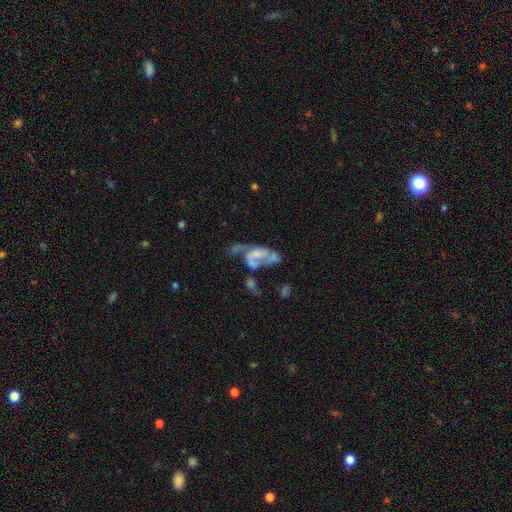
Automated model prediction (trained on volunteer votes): smooth_or_featured: featured or disk (p=0.71) [alt: smooth p=0.20]
disk_edge_on: no (p=0.96) [alt: yes p=0.04]
bar: no (p=0.55) [alt: weak p=0.33]
has_spiral_arms: yes (p=0.69) [alt: no p=0.31]
bulge_size: small (p=0.34) [alt: none p=0.32]
merging: major disturbance (p=0.35) [alt: merger p=0.34]